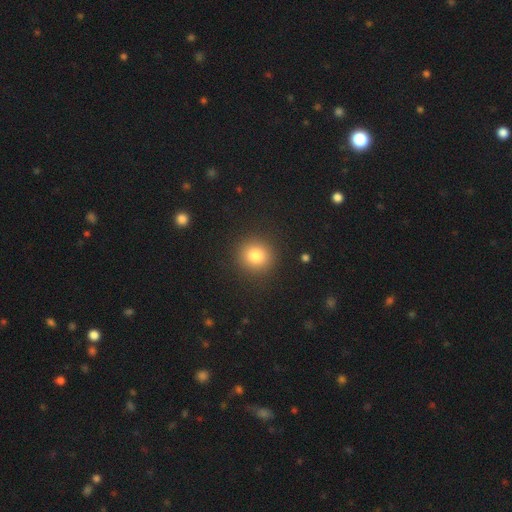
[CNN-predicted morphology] smooth-or-featured: smooth: 81% | star or artifact: 12% | featured or disk: 7%
  how-rounded: round: 91% | in between: 8% | cigar-shaped: 1%
  merging: none: 91% | minor disturbance: 6% | major disturbance: 2% | merger: 1%